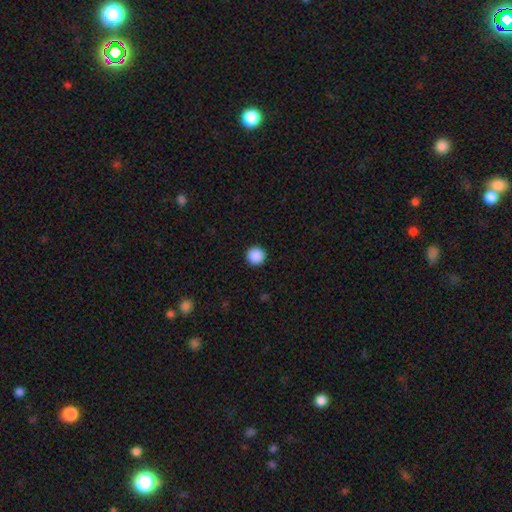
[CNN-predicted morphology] Q: Smooth or featured?
A: smooth (89%); runner-up: star or artifact (9%)
Q: How rounded?
A: round (96%); runner-up: in between (3%)
Q: Merging?
A: none (93%); runner-up: minor disturbance (4%)